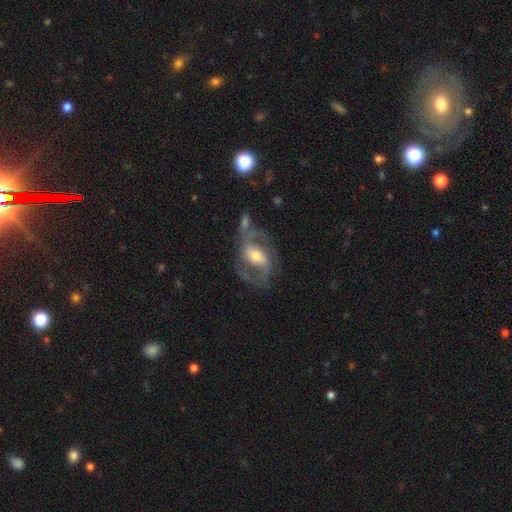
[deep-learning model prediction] smooth_or_featured: featured or disk (p=0.83) [alt: smooth p=0.11]
disk_edge_on: no (p=0.96) [alt: yes p=0.04]
bar: weak (p=0.42) [alt: strong p=0.36]
has_spiral_arms: yes (p=0.93) [alt: no p=0.07]
spiral_winding: medium (p=0.56) [alt: loose p=0.28]
spiral_arm_count: 2 (p=0.89) [alt: can't tell p=0.04]
bulge_size: moderate (p=0.59) [alt: small p=0.28]
merging: none (p=0.60) [alt: minor disturbance p=0.17]